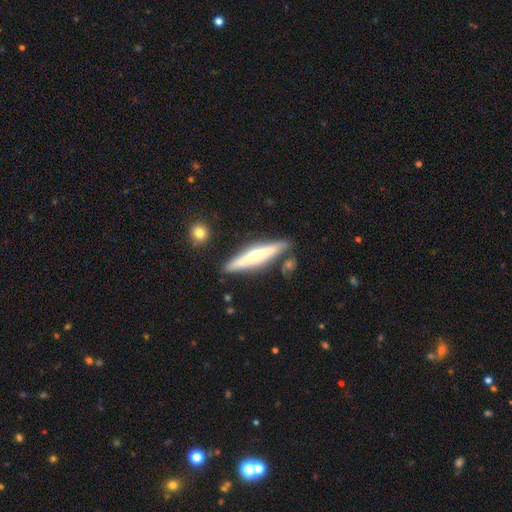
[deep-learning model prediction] Overall: featured or disk (51%; smooth 43%). Edge-on disk: yes (89%). Merging: none (82%).